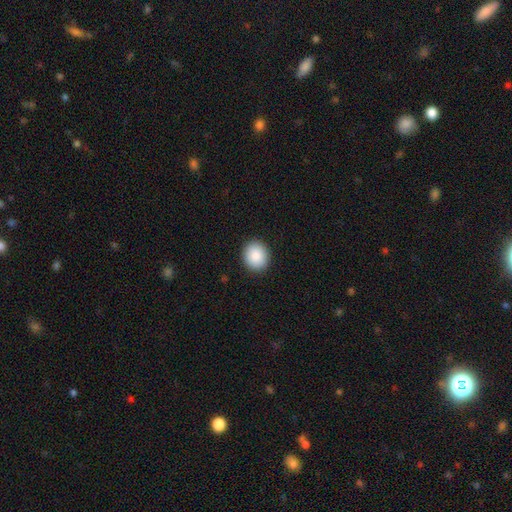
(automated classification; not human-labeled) A smooth galaxy with no disk features (89%) that is round (74%).

Vote fractions:
- Smooth or featured? smooth: 89% / star or artifact: 7% / featured or disk: 4%
- How rounded? round: 74% / in between: 25% / cigar-shaped: 1%
- Merging? none: 91% / minor disturbance: 6% / major disturbance: 2% / merger: 1%